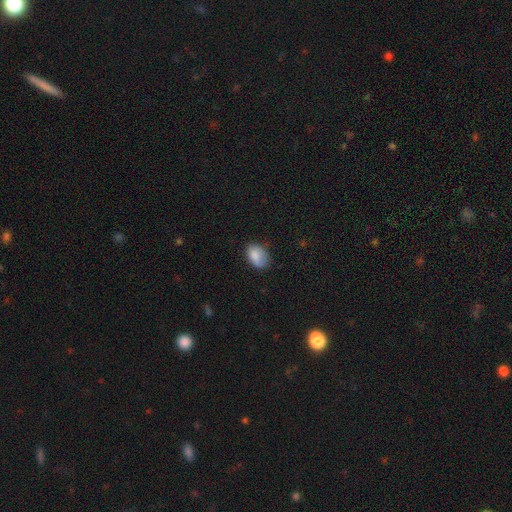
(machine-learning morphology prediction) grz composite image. It shows a smooth galaxy with no disk features (83%) that is in between round and cigar-shaped (82%). Merging: none (62%).